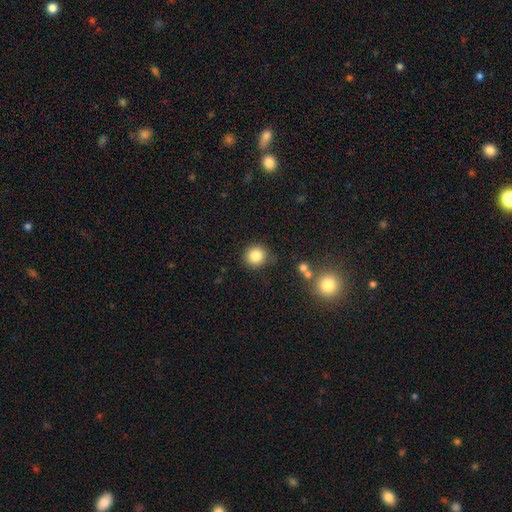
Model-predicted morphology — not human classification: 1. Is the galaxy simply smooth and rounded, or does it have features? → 84% smooth, 10% star or artifact, 6% featured or disk.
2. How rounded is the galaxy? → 91% round, 8% in between, 1% cigar-shaped.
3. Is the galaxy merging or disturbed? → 83% none, 11% minor disturbance, 3% merger, 3% major disturbance.